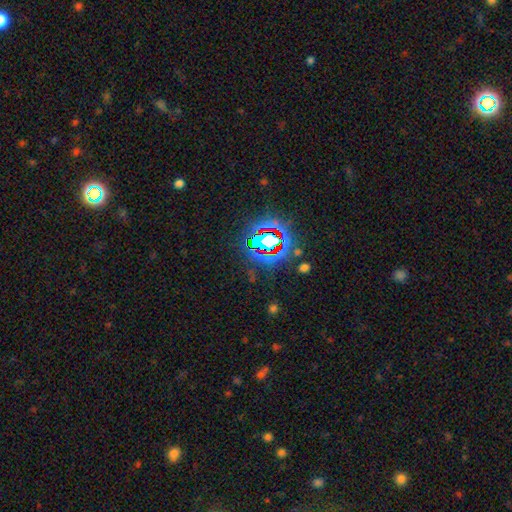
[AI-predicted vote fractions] Smooth or featured? Predicted: star or artifact (p=0.80).